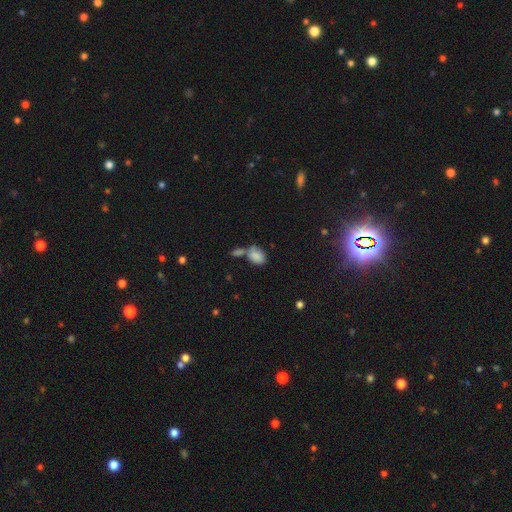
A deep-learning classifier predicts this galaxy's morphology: This is clearly a smooth galaxy (84%). How rounded: clearly in between (83%). Merging: marginally none (40%).